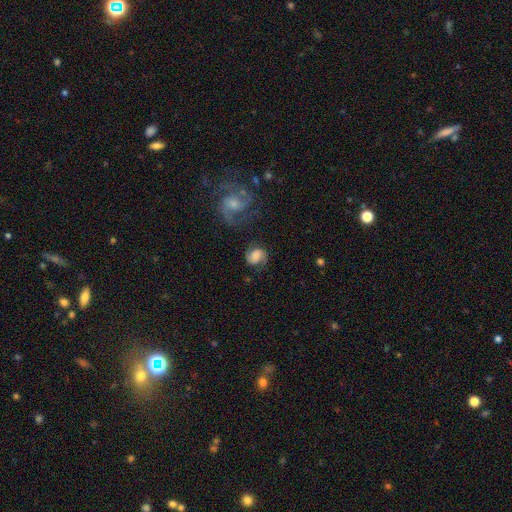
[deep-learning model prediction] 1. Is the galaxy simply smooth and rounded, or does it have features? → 64% featured or disk, 27% smooth, 9% star or artifact.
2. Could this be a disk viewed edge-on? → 98% no, 2% yes.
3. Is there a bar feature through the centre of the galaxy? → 44% no, 42% weak, 14% strong.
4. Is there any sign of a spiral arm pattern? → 94% yes, 6% no.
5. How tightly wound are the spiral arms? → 49% medium, 27% loose, 23% tight.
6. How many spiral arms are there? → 88% 2, 4% can't tell, 4% 1, 1% 3, 1% 4, 1% more than 4.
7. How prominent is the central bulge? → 27% moderate, 26% none, 22% large, 20% small, 5% dominant.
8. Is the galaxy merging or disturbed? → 66% none, 19% minor disturbance, 10% major disturbance, 5% merger.